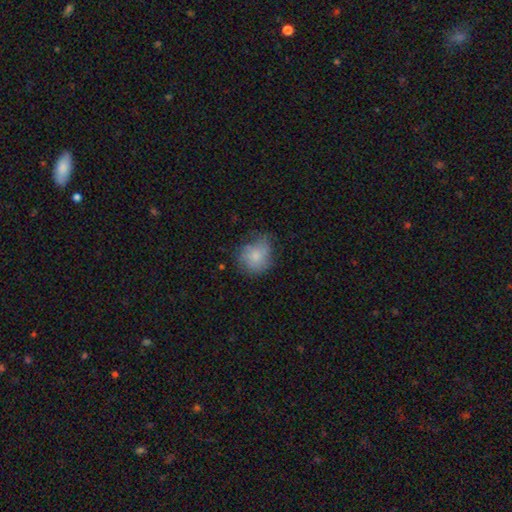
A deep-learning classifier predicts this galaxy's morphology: type=smooth (75%); roundness=round (71%); merging=none (51%).